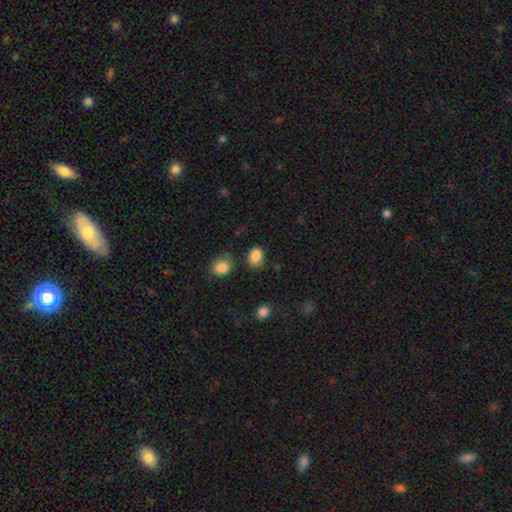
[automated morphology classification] Q: Smooth or featured?
A: smooth (86%); runner-up: star or artifact (9%)
Q: How rounded?
A: in between (68%); runner-up: round (31%)
Q: Merging?
A: none (70%); runner-up: minor disturbance (21%)